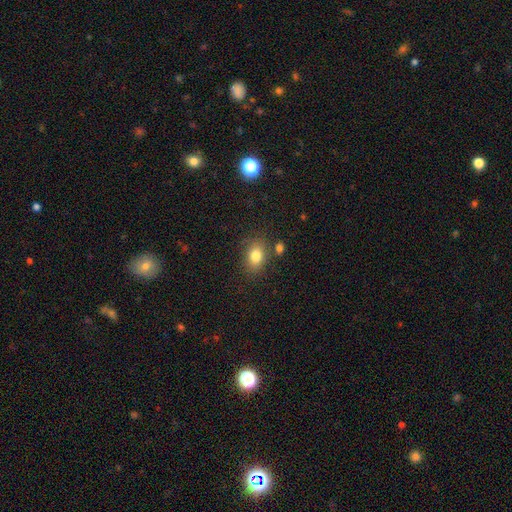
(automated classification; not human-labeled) Morphology: type=smooth (81%); roundness=in between (72%); merging=none (76%).